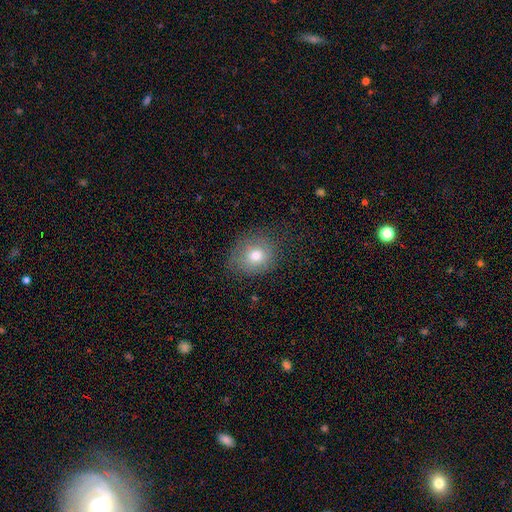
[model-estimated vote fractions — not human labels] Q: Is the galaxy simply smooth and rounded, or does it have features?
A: smooth — 77%.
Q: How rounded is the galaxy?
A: round — 68%.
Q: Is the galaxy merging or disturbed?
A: none — 73%.